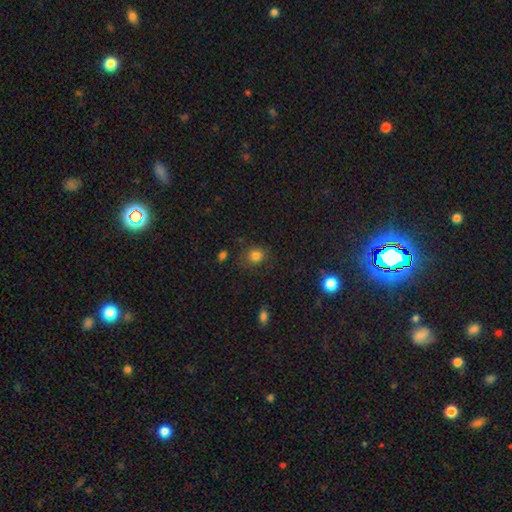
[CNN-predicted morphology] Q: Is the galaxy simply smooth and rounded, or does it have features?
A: smooth — 80%.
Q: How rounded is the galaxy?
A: round — 74%.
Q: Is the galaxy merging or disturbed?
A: none — 75%.